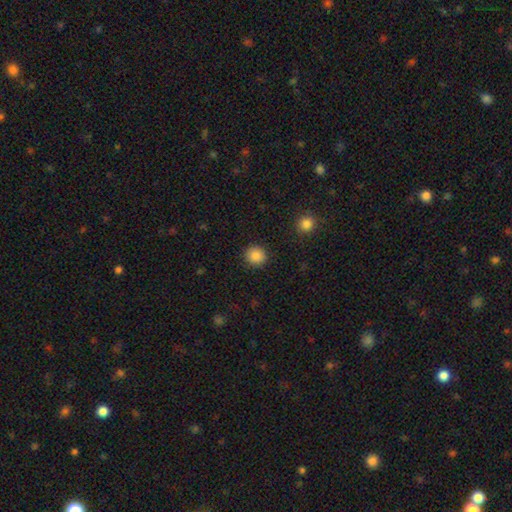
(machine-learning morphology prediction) Smooth or featured? smooth (86%)
How rounded? round (90%)
Merging? none (92%)